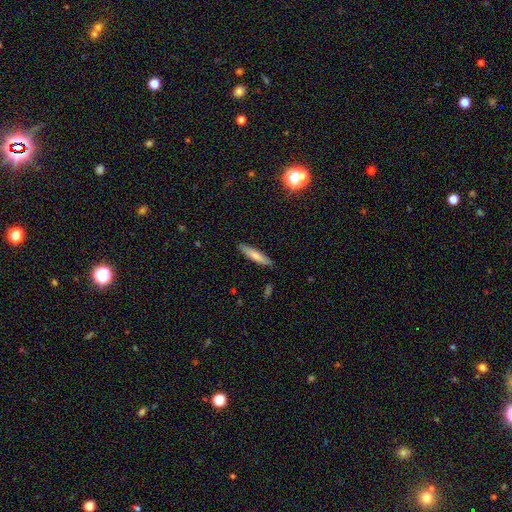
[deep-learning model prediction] Overall: smooth (71%). How rounded: cigar-shaped (85%). Merging: none (87%).